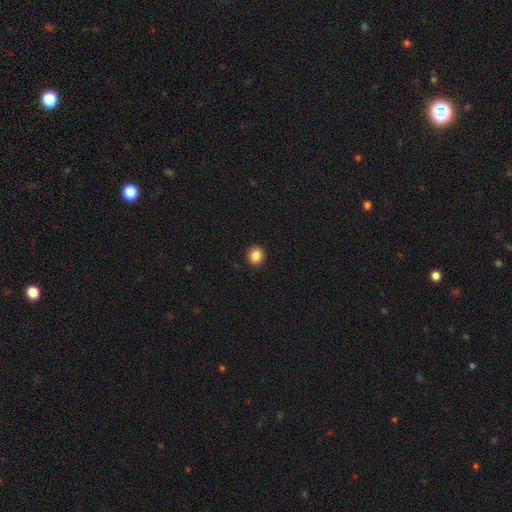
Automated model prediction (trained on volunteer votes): This appears to be a smooth galaxy with no disk features (86%) that is round (88%). Merging: none (93%).